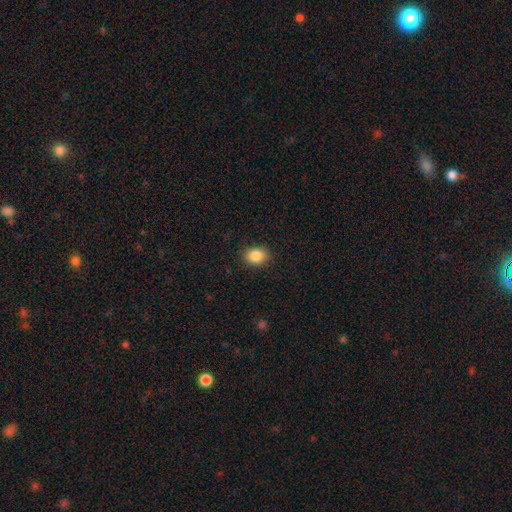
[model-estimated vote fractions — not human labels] Smooth or featured? smooth (87%)
How rounded? in between (59%)
Merging? none (87%)